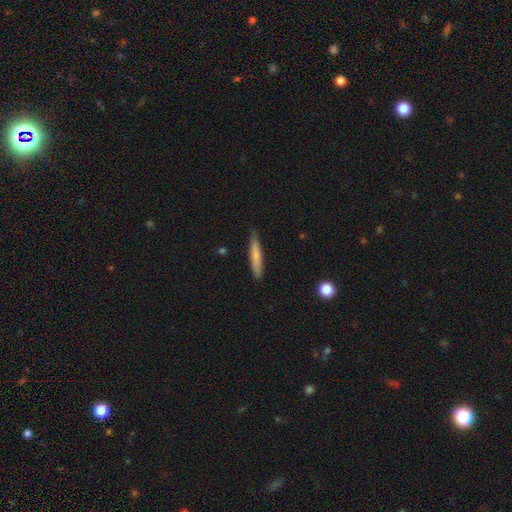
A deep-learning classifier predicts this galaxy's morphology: Smooth or featured? Predicted: smooth (p=0.74). How rounded? Predicted: cigar-shaped (p=0.92). Merging? Predicted: none (p=0.86).